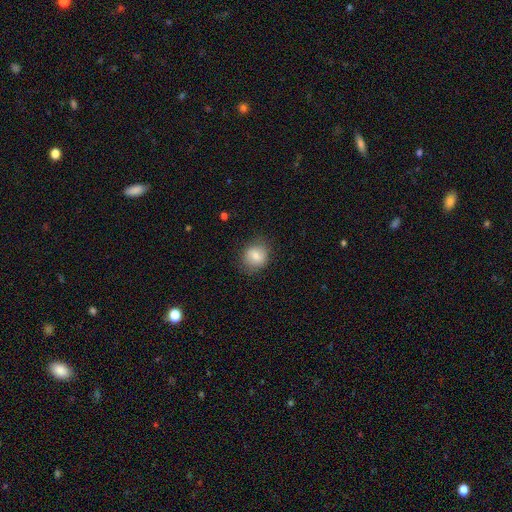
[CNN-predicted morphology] smooth 78%, featured or disk 13%, star or artifact 9%. Down the decision tree: how rounded — round (74%); merging — none (82%).